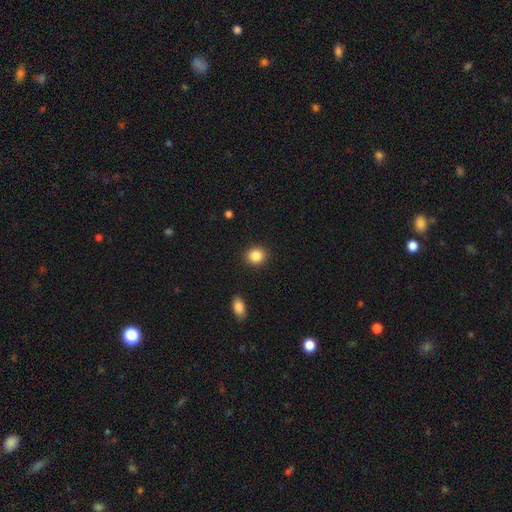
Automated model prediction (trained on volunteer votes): Smooth or featured: smooth — 87% (star or artifact — 9%)
How rounded: round — 81% (in between — 18%)
Merging: none — 91% (minor disturbance — 6%)